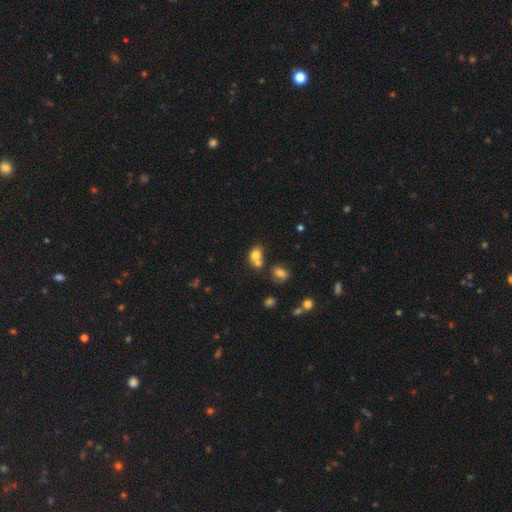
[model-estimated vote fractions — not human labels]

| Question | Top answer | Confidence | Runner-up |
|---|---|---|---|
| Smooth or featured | smooth | 76% | featured or disk (12%) |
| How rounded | round | 49% | tied: in between (49%) |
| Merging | merger | 51% | none (34%) |